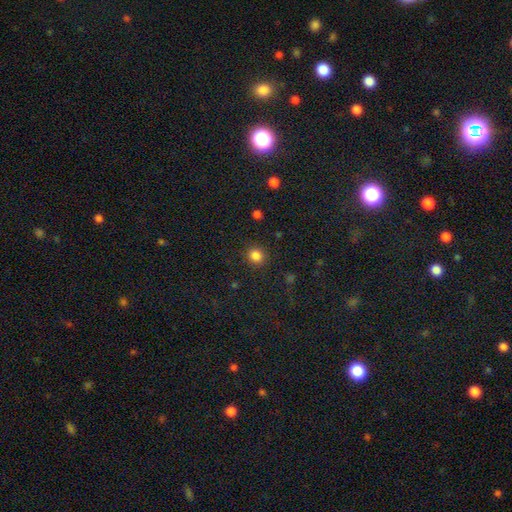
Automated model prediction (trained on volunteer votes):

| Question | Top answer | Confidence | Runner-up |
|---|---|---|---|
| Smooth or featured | smooth | 84% | star or artifact (12%) |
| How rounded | round | 84% | in between (15%) |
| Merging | none | 89% | minor disturbance (7%) |